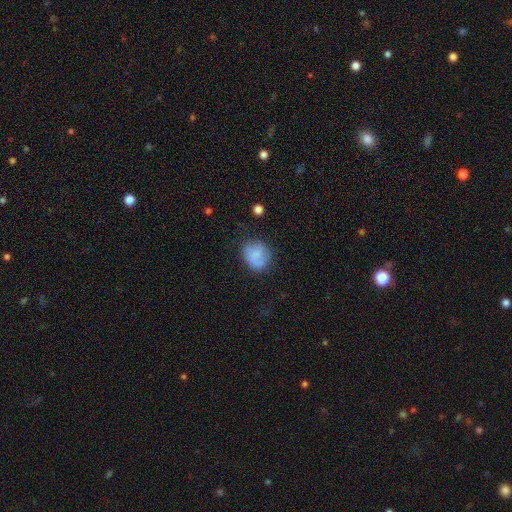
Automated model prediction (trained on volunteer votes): A smooth galaxy with no disk features (78%) that is round (73%).

Vote fractions:
- Smooth or featured? smooth: 78% / featured or disk: 14% / star or artifact: 8%
- How rounded? round: 73% / in between: 26% / cigar-shaped: 1%
- Merging? none: 68% / minor disturbance: 23% / major disturbance: 8% / merger: 2%